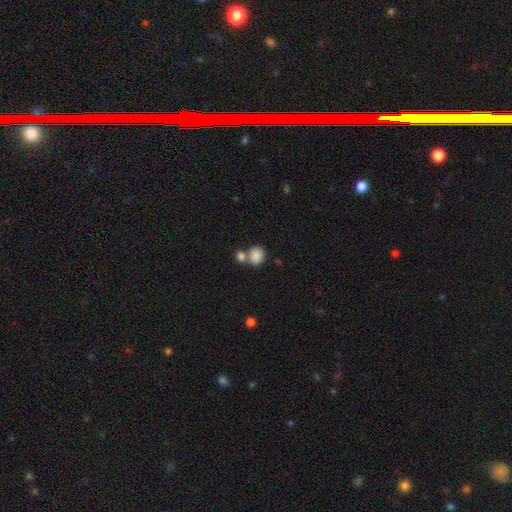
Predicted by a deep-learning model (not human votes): Morphology: type=smooth (86%); roundness=round (70%); merging=none (47%).